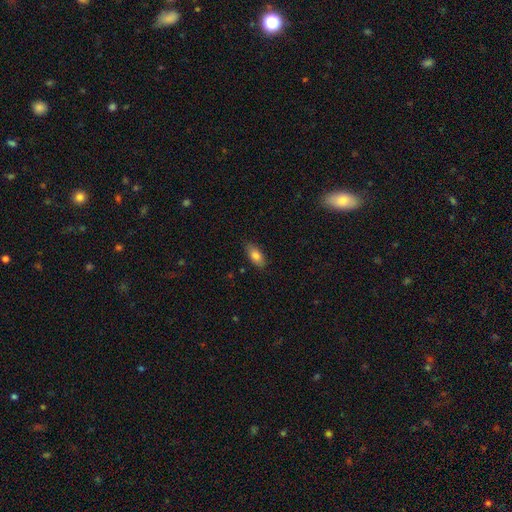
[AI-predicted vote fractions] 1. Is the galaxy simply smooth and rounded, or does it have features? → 81% smooth, 11% featured or disk, 7% star or artifact.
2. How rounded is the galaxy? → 87% in between, 9% cigar-shaped, 4% round.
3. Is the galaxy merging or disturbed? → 84% none, 12% minor disturbance, 2% major disturbance, 1% merger.